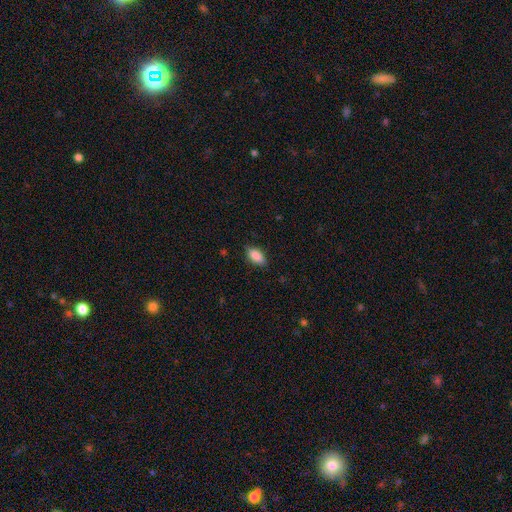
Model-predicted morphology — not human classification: This is clearly a smooth galaxy (87%). How rounded: clearly in between (90%). Merging: clearly none (83%).